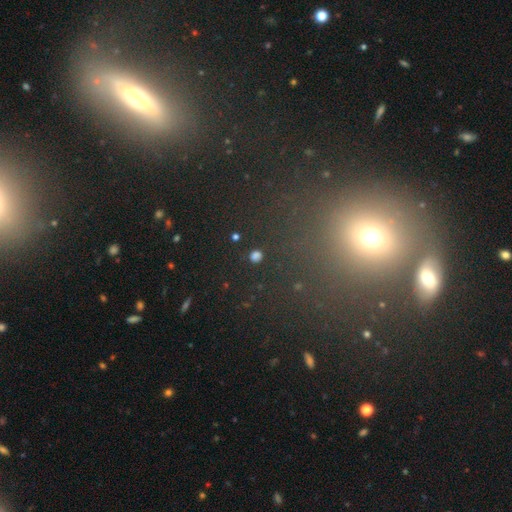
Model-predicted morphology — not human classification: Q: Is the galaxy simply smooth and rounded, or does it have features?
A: smooth — 75%.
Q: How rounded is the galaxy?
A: round — 81%.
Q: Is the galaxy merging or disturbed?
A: none — 89%.